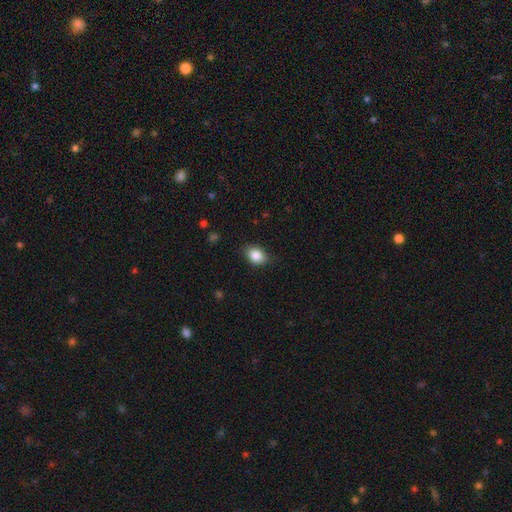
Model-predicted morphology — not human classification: This appears to be a smooth galaxy with no disk features (85%) that is in between round and cigar-shaped (71%). Merging: none (83%).